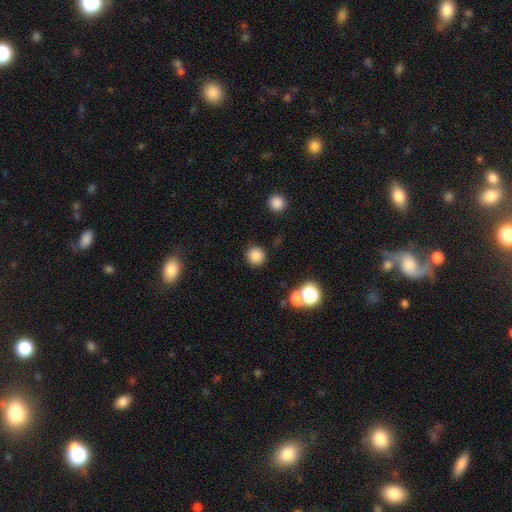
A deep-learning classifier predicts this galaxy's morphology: smooth_or_featured: smooth (p=0.83) [alt: star or artifact p=0.12]
how_rounded: round (p=0.93) [alt: in between p=0.06]
merging: none (p=0.87) [alt: minor disturbance p=0.07]